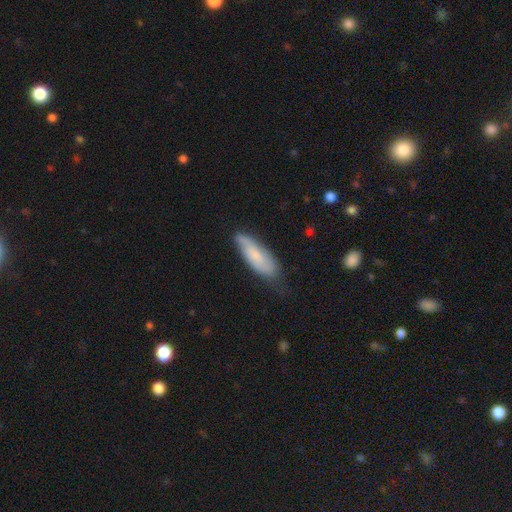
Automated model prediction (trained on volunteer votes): Smooth or featured? smooth (64%)
How rounded? in between (55%)
Merging? none (64%)